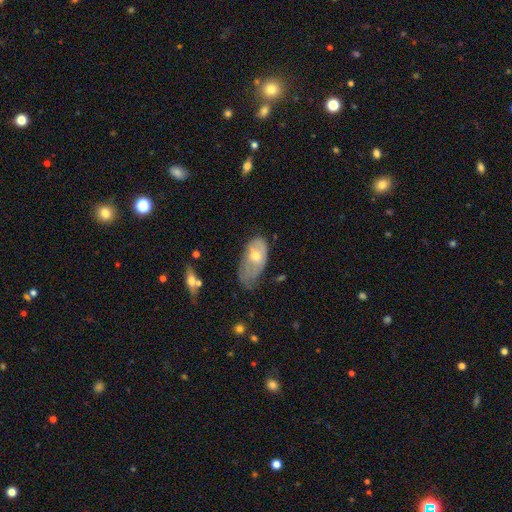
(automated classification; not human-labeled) smooth-or-featured: smooth: 53% | featured or disk: 41% | star or artifact: 7%
  how-rounded: in between: 92% | round: 5% | cigar-shaped: 4%
  merging: minor disturbance: 44% | none: 27% | major disturbance: 26% | merger: 3%